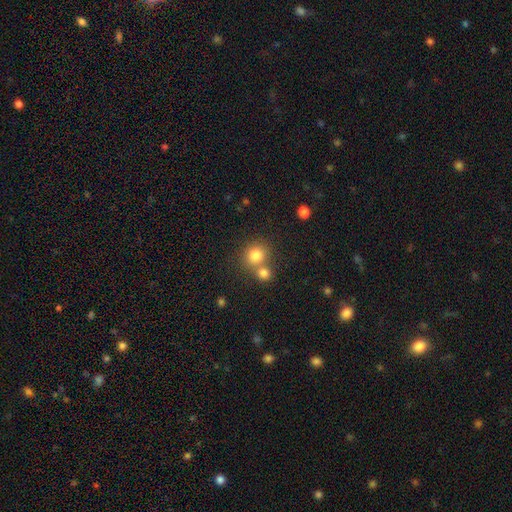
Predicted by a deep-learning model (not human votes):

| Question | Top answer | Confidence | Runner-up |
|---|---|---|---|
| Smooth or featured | smooth | 81% | star or artifact (11%) |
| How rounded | round | 84% | in between (15%) |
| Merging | none | 53% | merger (37%) |